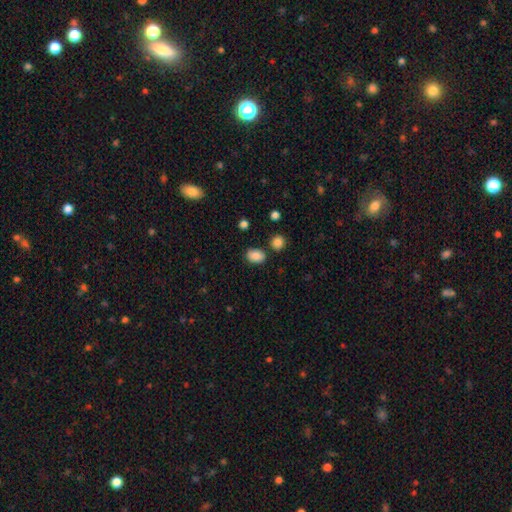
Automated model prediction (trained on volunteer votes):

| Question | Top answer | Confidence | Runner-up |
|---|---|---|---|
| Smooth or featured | smooth | 86% | star or artifact (9%) |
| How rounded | in between | 77% | round (22%) |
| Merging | none | 77% | minor disturbance (13%) |